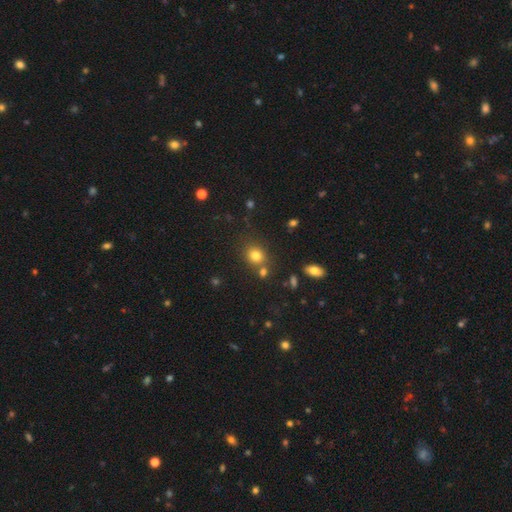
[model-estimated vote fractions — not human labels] smooth-or-featured: smooth: 77% | star or artifact: 14% | featured or disk: 8%
  how-rounded: round: 71% | in between: 28% | cigar-shaped: 1%
  merging: none: 70% | merger: 16% | minor disturbance: 10% | major disturbance: 4%